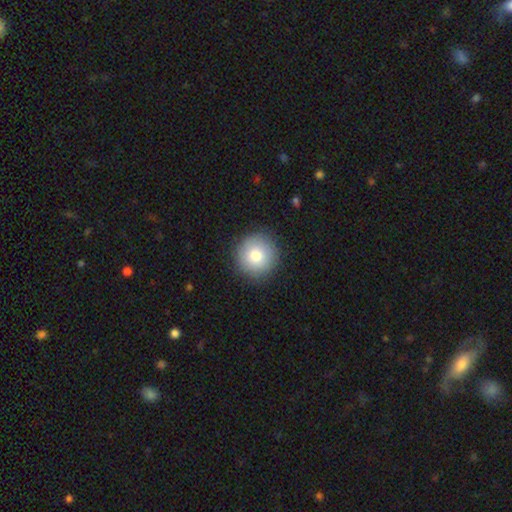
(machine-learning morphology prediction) Smooth or featured: smooth — 82% (featured or disk — 9%)
How rounded: round — 94% (in between — 5%)
Merging: none — 90% (minor disturbance — 7%)